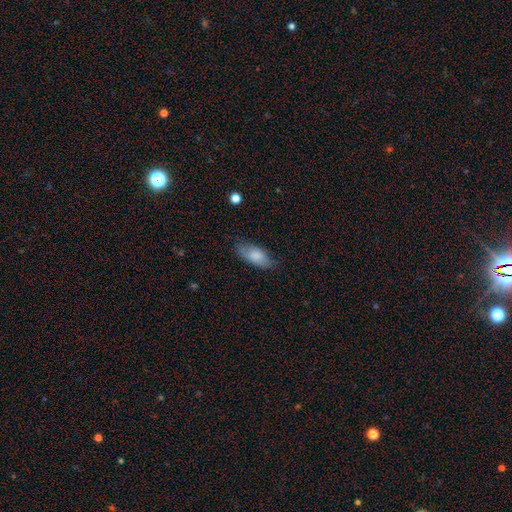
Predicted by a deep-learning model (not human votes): This appears to be a smooth galaxy with no disk features (81%) that is in between round and cigar-shaped (84%). Merging: none (72%).